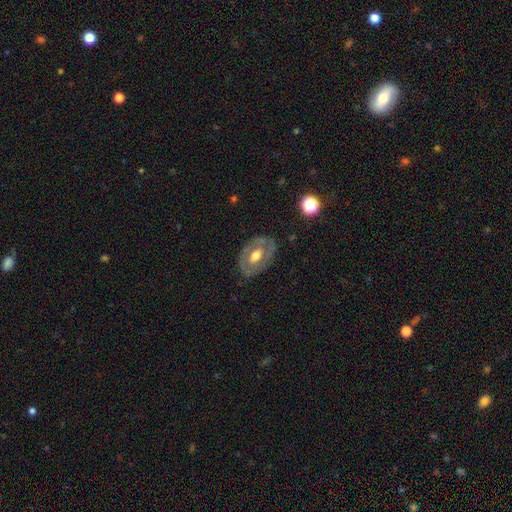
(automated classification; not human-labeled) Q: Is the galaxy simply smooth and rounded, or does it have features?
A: featured or disk — 58%.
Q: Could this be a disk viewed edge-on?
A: no — 92%.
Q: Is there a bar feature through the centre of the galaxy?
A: no — 66%.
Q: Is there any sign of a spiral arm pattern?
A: no — 74%.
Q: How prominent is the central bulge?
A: moderate — 62%.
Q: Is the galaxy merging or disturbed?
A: none — 75%.